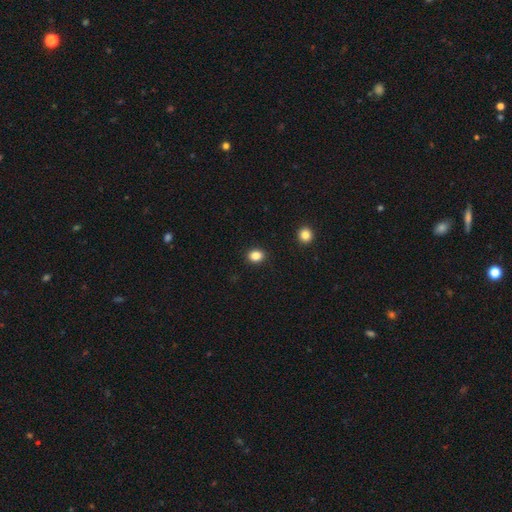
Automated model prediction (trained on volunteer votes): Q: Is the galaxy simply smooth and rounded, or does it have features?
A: smooth — 85%.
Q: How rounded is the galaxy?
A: round — 50%.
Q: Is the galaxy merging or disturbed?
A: none — 91%.